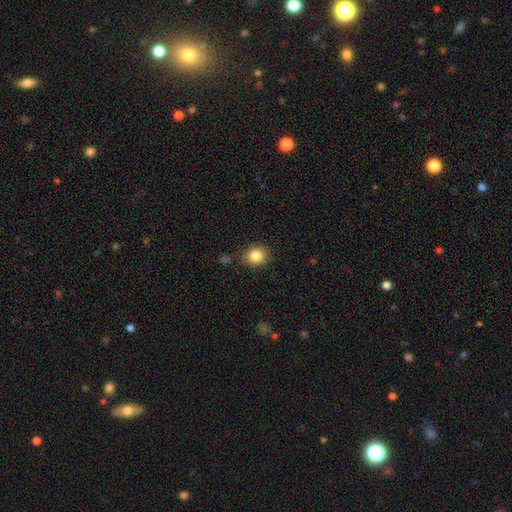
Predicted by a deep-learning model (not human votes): Q: Smooth or featured?
A: smooth (84%); runner-up: star or artifact (10%)
Q: How rounded?
A: round (70%); runner-up: in between (29%)
Q: Merging?
A: none (84%); runner-up: minor disturbance (11%)